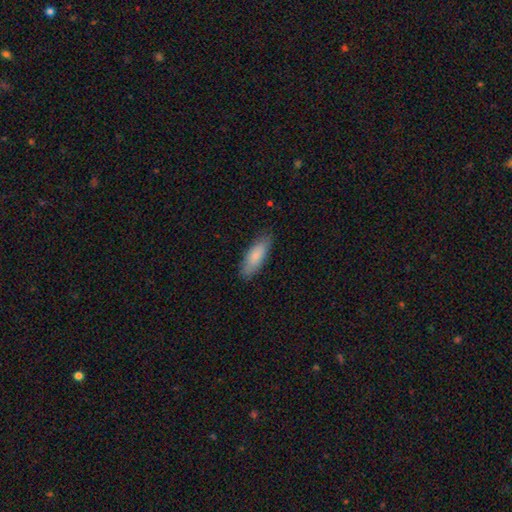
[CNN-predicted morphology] Q: Smooth or featured?
A: smooth (82%); runner-up: featured or disk (12%)
Q: How rounded?
A: in between (67%); runner-up: cigar-shaped (32%)
Q: Merging?
A: none (83%); runner-up: minor disturbance (13%)